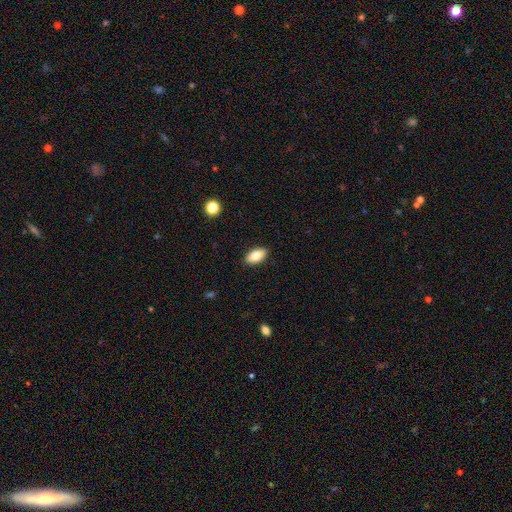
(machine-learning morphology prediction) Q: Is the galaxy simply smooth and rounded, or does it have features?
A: smooth — 82%.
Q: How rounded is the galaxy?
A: in between — 92%.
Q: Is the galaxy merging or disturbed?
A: none — 89%.